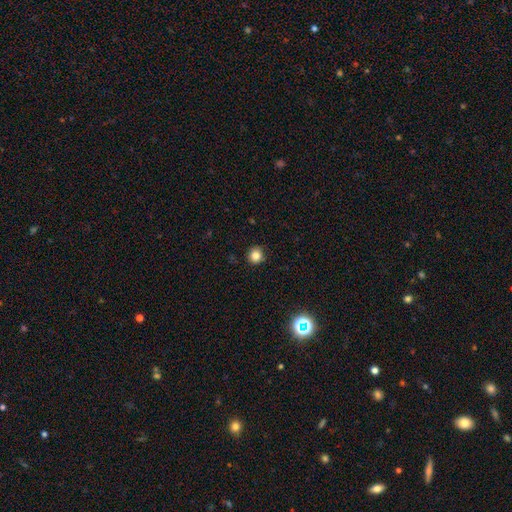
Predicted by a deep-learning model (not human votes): smooth 82%, star or artifact 12%, featured or disk 5%. Down the decision tree: how rounded — round (91%); merging — none (90%).